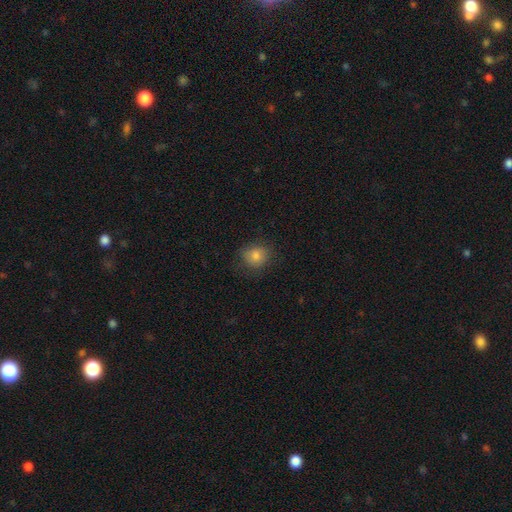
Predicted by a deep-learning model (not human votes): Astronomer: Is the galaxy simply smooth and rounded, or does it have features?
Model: smooth — 79%.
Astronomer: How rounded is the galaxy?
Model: round — 76%.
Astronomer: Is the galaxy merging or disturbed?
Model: none — 82%.